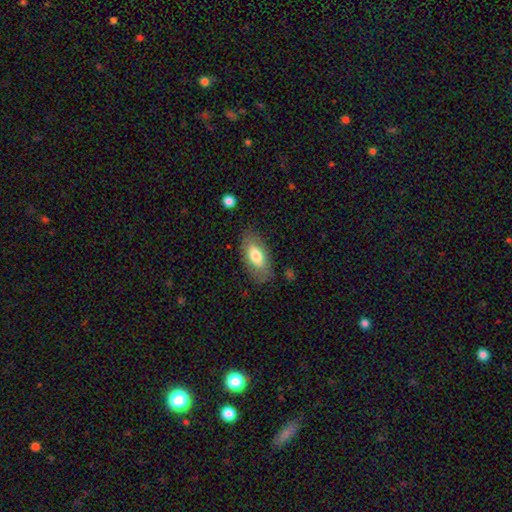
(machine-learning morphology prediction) type=smooth (72%); roundness=in between (90%); merging=none (79%).